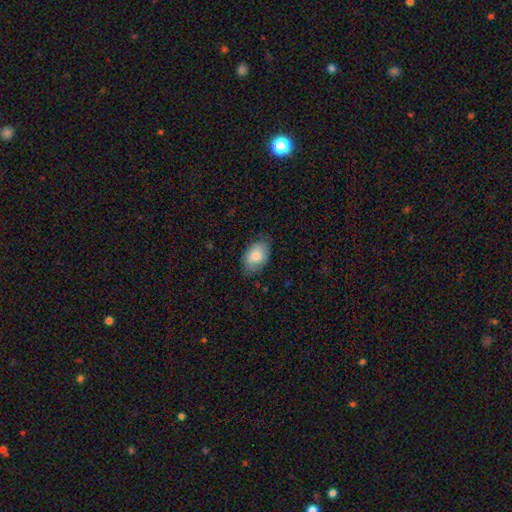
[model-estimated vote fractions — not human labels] This is likely a smooth galaxy (79%). How rounded: clearly in between (90%). Merging: likely none (73%).